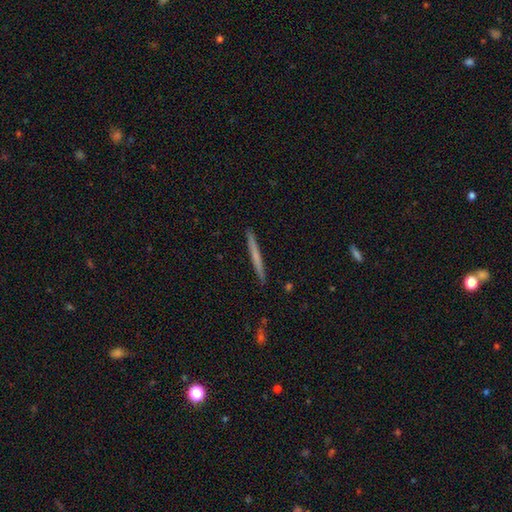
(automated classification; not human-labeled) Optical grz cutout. It shows a smooth galaxy with no disk features (55%) that is cigar-shaped (97%). Merging: none (92%).